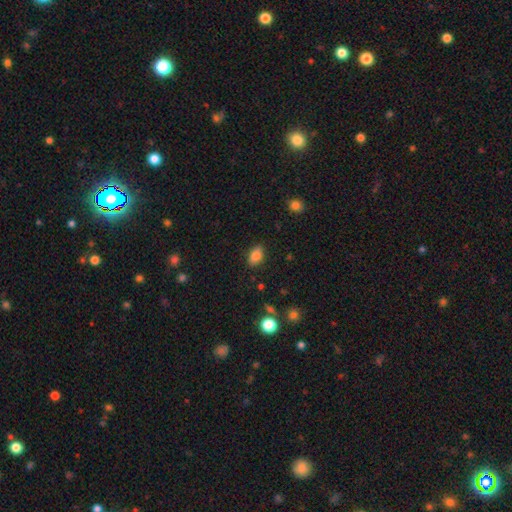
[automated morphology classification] smooth-or-featured: smooth: 85% | star or artifact: 9% | featured or disk: 6%
  how-rounded: in between: 88% | round: 8% | cigar-shaped: 3%
  merging: none: 86% | minor disturbance: 11% | major disturbance: 3% | merger: 1%